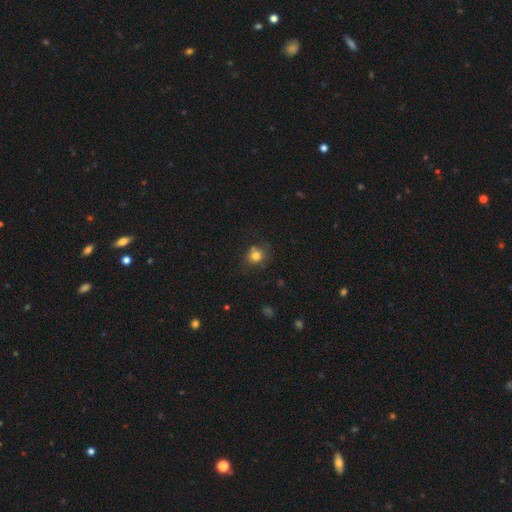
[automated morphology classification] Smooth or featured? smooth (78%)
How rounded? round (75%)
Merging? none (69%)